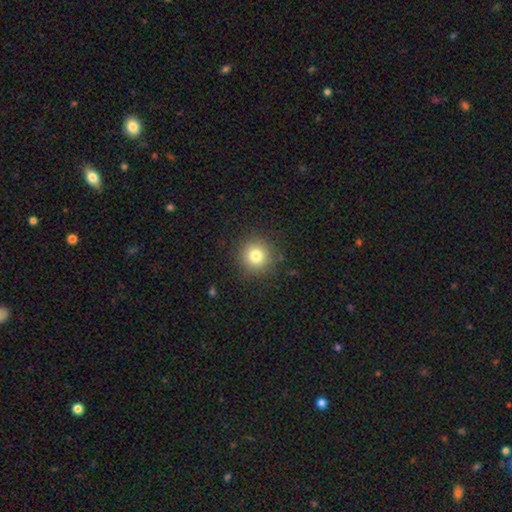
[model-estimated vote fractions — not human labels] This appears to be a smooth galaxy with no disk features (79%) that is round (94%). Merging: none (89%).